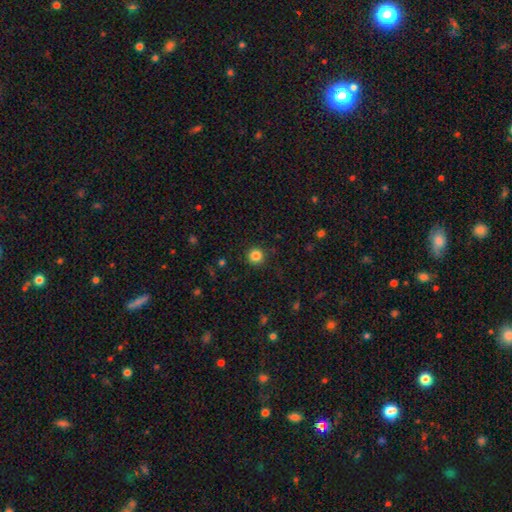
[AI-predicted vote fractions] This appears to be a smooth galaxy with no disk features (85%) that is round (95%). Merging: none (91%).